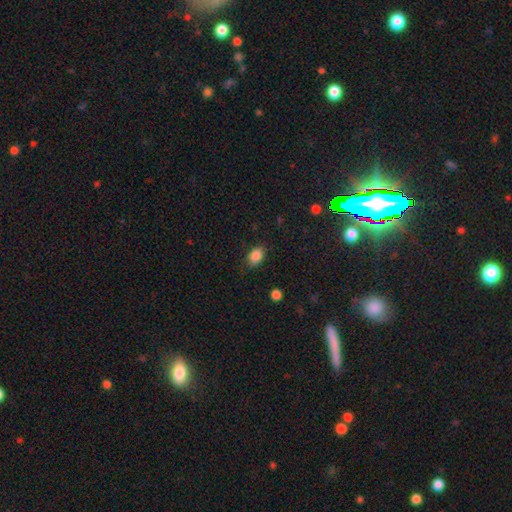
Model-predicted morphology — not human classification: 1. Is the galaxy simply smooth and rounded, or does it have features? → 87% smooth, 9% star or artifact, 4% featured or disk.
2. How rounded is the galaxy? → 81% in between, 18% round, 1% cigar-shaped.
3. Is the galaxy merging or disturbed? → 83% none, 12% minor disturbance, 3% major disturbance, 1% merger.